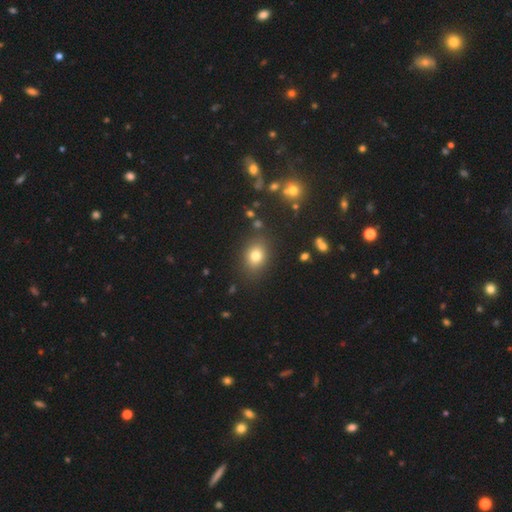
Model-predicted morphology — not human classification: smooth 77%, star or artifact 14%, featured or disk 10%. Down the decision tree: how rounded — in between (55%); merging — none (84%).